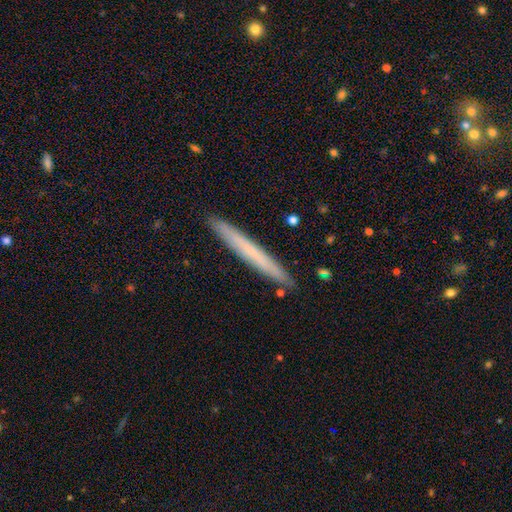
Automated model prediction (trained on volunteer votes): smooth-or-featured: smooth: 57% | featured or disk: 36% | star or artifact: 7%
  how-rounded: cigar-shaped: 97% | in between: 2% | round: 1%
  merging: none: 90% | minor disturbance: 7% | major disturbance: 1% | merger: 1%